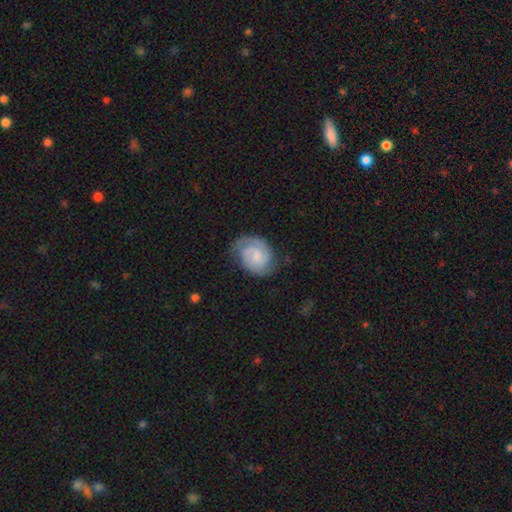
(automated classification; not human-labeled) A featured or disk galaxy (73%) with no bar (48%), 2 (74%) tight (50%) spiral arms (95%) and a small central bulge (49%). Merging: none (70%).